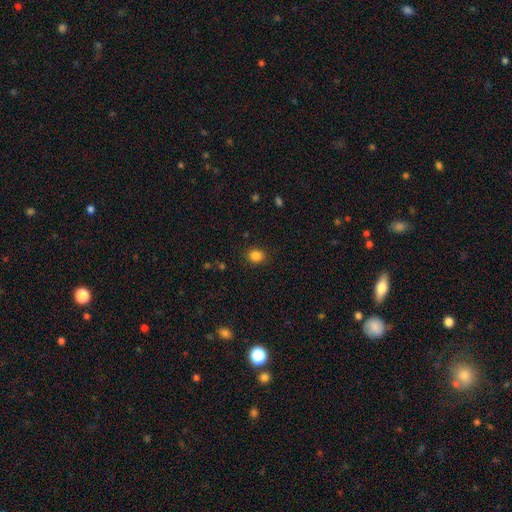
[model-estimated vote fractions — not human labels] A smooth galaxy with no disk features (85%) that is round (68%). Merging: none (88%).